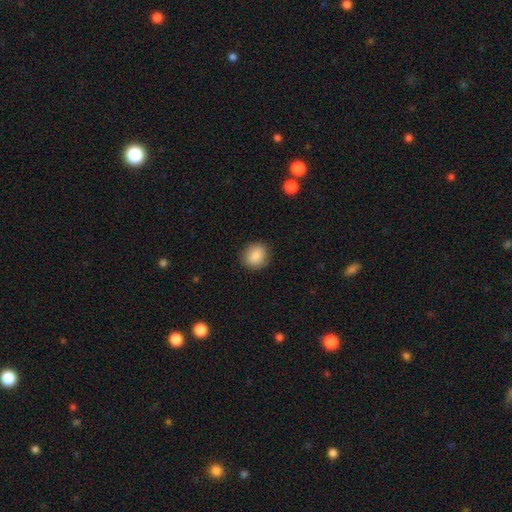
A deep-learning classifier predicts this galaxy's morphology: This appears to be a smooth galaxy with no disk features (86%) that is round (80%). Merging: none (88%).